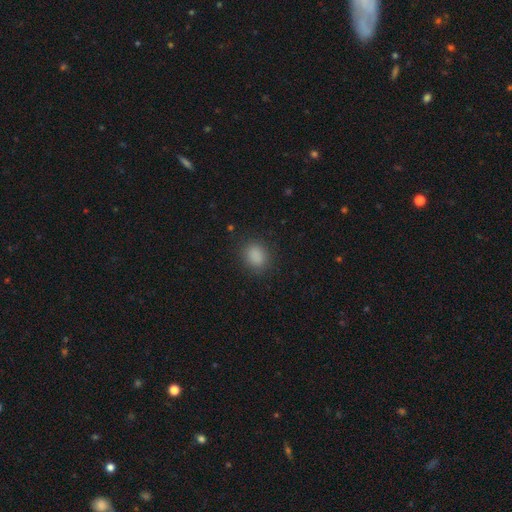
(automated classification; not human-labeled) Morphology: type=smooth (87%); roundness=round (50%); merging=none (86%).